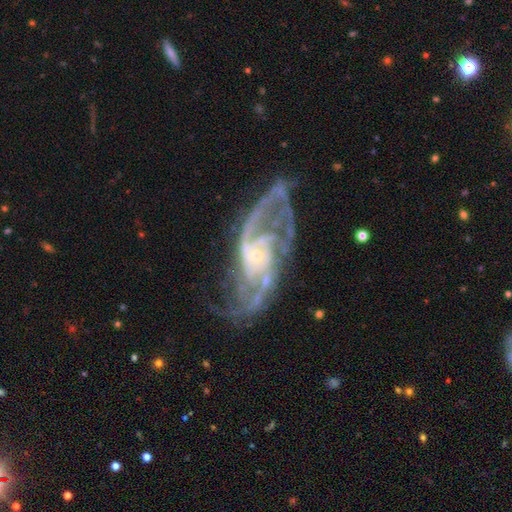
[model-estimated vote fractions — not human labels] The model was most divided on "spiral winding": medium: 50%, tight: 26%, loose: 24%. More confident: spiral arms — yes (97%); edge-on disk — no (96%); smooth or featured — featured or disk (91%); bulge size — small (81%); merging — none (63%); bar — no (61%); spiral arm count — 2 (61%).